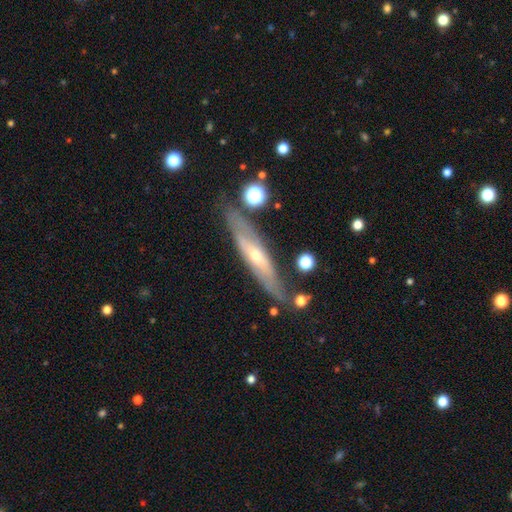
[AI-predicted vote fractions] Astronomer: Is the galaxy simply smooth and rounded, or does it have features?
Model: featured or disk — 70%.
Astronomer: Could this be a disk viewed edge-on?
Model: yes — 70%.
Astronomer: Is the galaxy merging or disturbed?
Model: none — 79%.